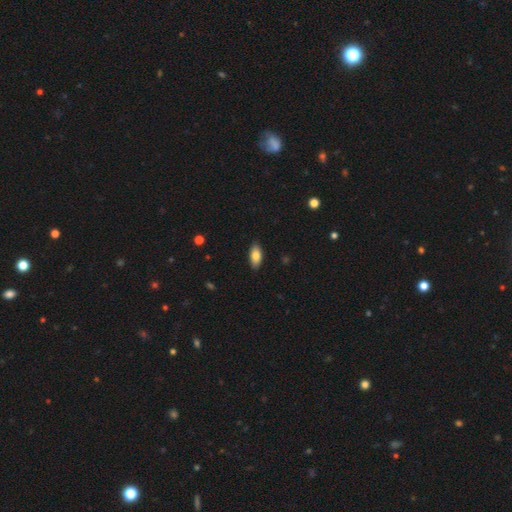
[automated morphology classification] type=smooth (82%); roundness=in between (89%); merging=none (88%).